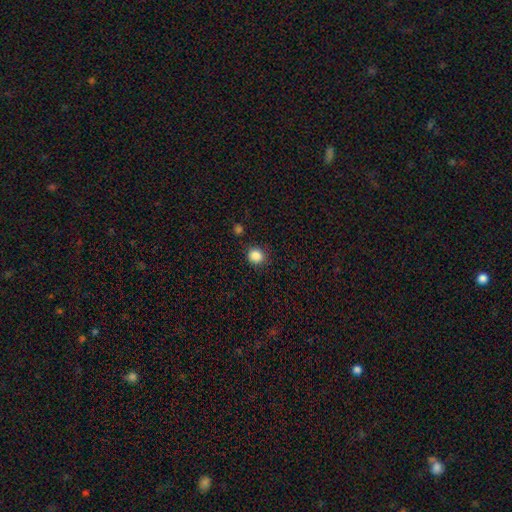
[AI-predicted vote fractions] smooth 86%, star or artifact 11%, featured or disk 3%. Down the decision tree: how rounded — round (82%); merging — none (85%).